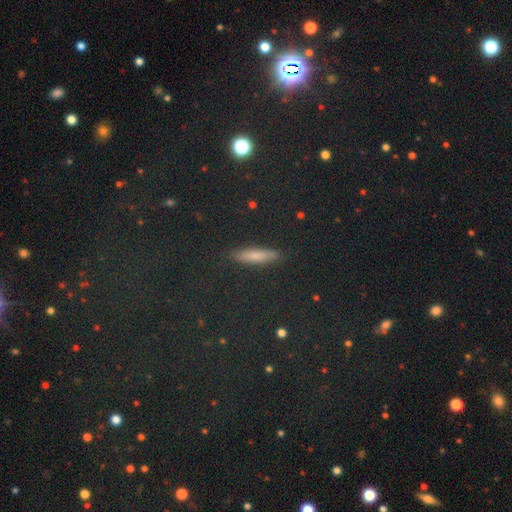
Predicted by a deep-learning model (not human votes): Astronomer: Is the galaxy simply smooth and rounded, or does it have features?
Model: smooth — 65%.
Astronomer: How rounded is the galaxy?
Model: cigar-shaped — 75%.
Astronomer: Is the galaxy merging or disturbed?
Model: none — 89%.